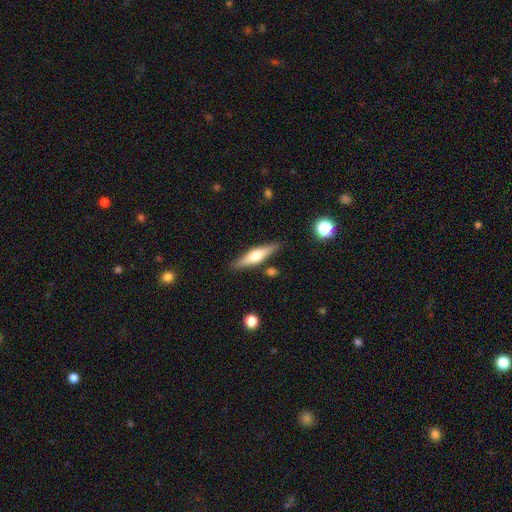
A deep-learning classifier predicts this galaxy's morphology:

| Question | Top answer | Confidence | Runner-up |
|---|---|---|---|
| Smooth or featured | featured or disk | 56% | smooth (38%) |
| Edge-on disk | yes | 95% | no (5%) |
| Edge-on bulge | rounded | 90% | boxy (7%) |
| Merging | none | 85% | minor disturbance (10%) |